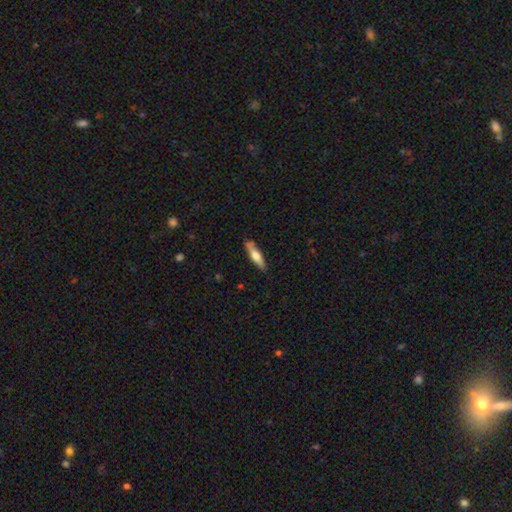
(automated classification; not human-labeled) smooth-or-featured: smooth: 56% | featured or disk: 38% | star or artifact: 6%
  how-rounded: cigar-shaped: 74% | in between: 25% | round: 2%
  merging: none: 77% | minor disturbance: 16% | merger: 4% | major disturbance: 3%